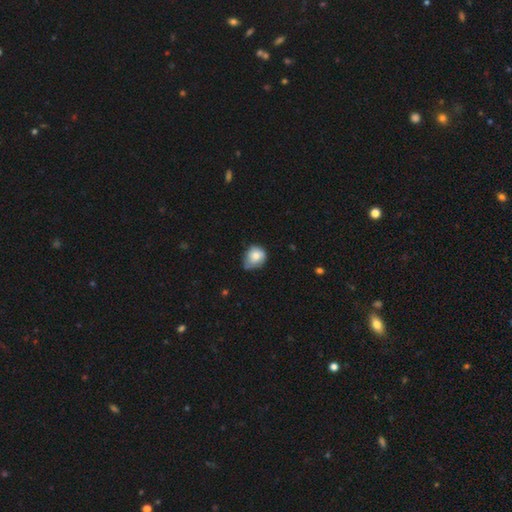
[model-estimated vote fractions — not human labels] A smooth galaxy with no disk features (75%) that is round (65%). Merging: minor disturbance (44%).